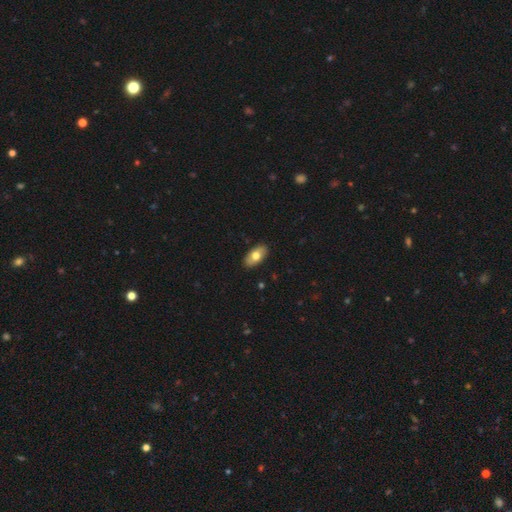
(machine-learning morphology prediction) This is likely a smooth galaxy (73%). How rounded: clearly in between (93%). Merging: clearly none (89%).